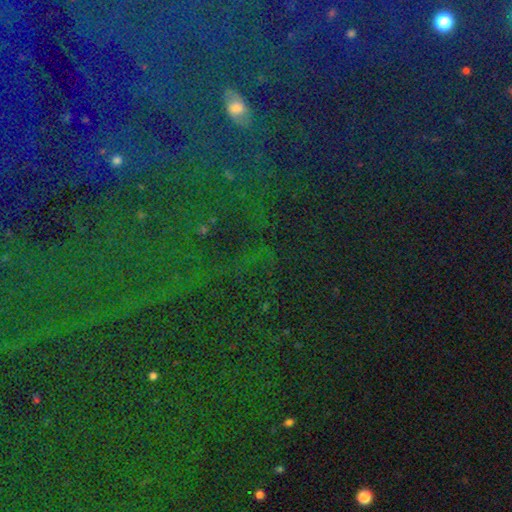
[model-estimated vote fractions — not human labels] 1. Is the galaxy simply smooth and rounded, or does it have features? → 80% star or artifact, 12% smooth, 8% featured or disk.